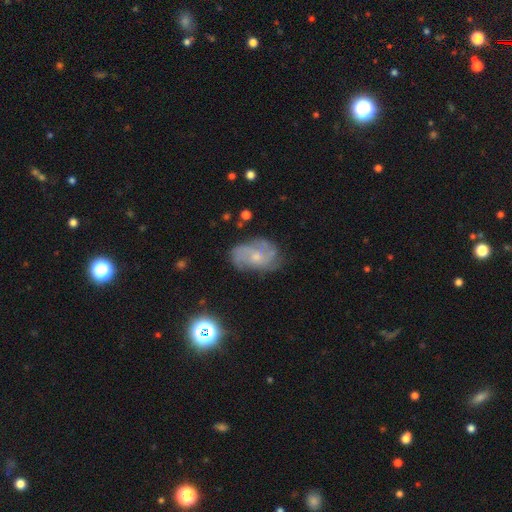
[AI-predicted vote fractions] Overall: featured or disk (69%). Edge-on disk: no (97%). Bar: no (74%). Spiral arms: yes (86%). Spiral arm count: can't tell (34%; 2 26%). Spiral winding: medium (44%; tight 33%). Bulge size: small (56%; moderate 35%). Merging: none (67%).